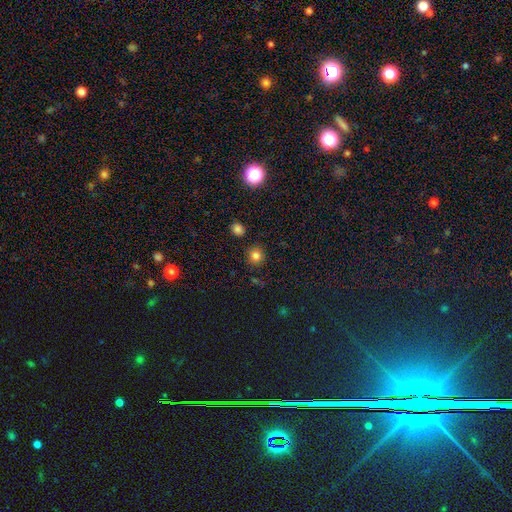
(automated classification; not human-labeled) Smooth or featured? Predicted: smooth (p=0.81). How rounded? Predicted: round (p=0.88). Merging? Predicted: none (p=0.87).